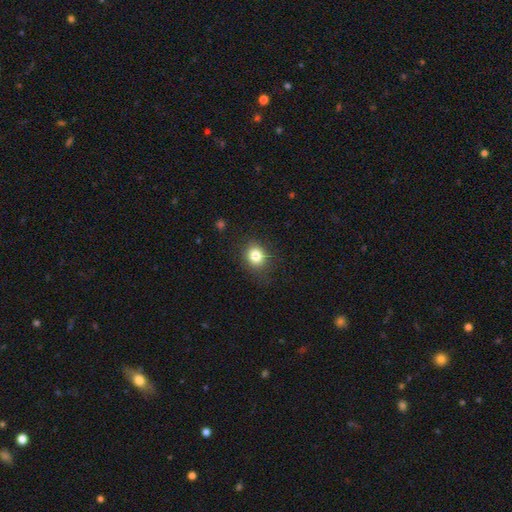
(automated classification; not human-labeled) Overall: smooth (83%). How rounded: round (64%; in between 35%). Merging: none (81%).